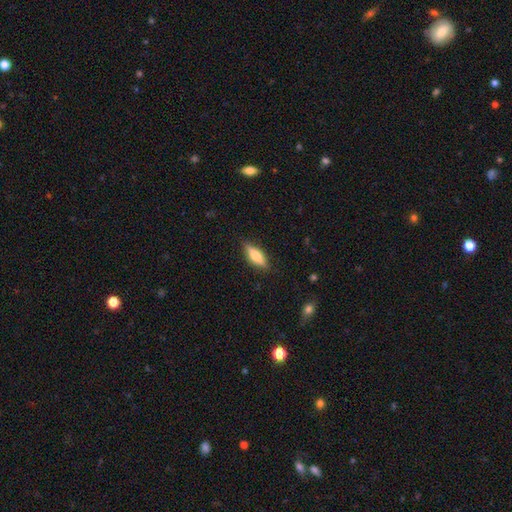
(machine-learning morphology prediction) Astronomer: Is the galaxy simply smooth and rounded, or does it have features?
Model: smooth — 69%.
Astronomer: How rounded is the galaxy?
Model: in between — 52% (runner-up: cigar-shaped, 46%).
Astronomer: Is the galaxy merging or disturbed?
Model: none — 86%.